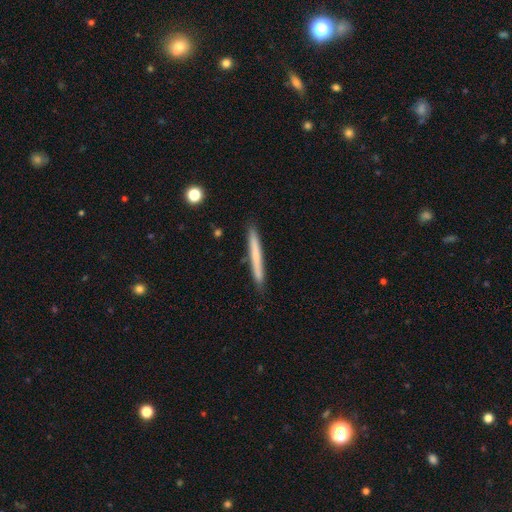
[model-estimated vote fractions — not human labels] smooth-or-featured: smooth: 63% | featured or disk: 31% | star or artifact: 6%
  how-rounded: cigar-shaped: 97% | in between: 2% | round: 1%
  merging: none: 89% | minor disturbance: 8% | merger: 1% | major disturbance: 1%